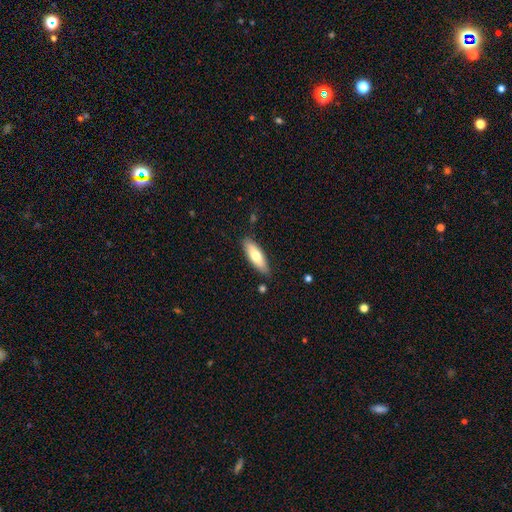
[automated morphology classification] smooth 72%, featured or disk 22%, star or artifact 6%. Down the decision tree: how rounded — in between (57%); merging — none (85%).